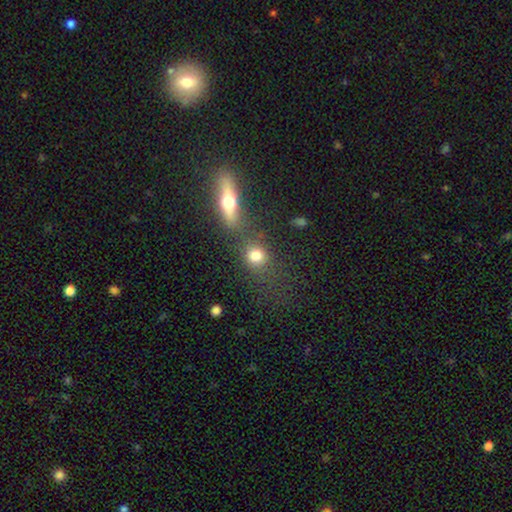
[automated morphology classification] This is likely a smooth galaxy (77%). How rounded: likely round (73%). Merging: likely none (61%).